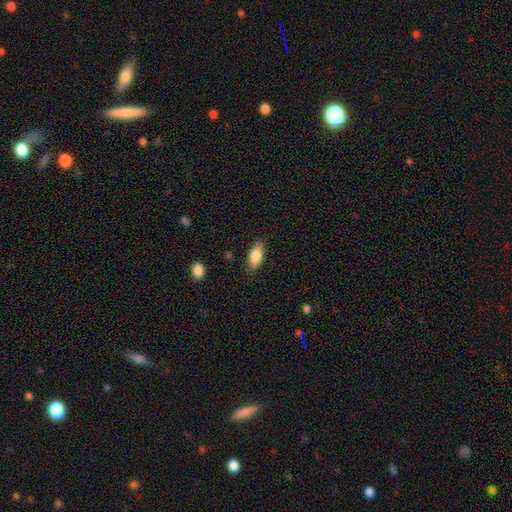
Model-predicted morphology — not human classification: The model was most divided on "smooth or featured": smooth: 83%, featured or disk: 10%, star or artifact: 7%. More confident: merging — none (86%); how rounded — in between (85%).